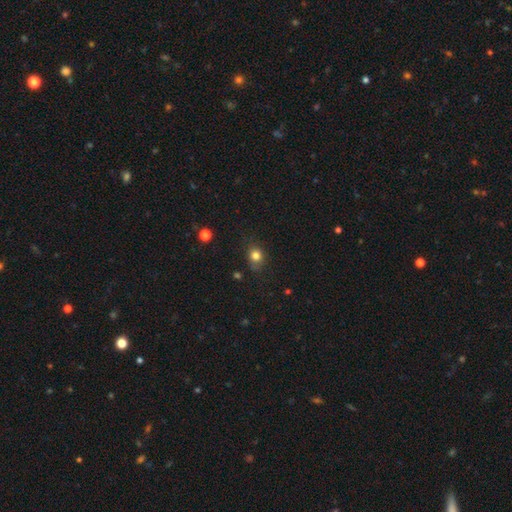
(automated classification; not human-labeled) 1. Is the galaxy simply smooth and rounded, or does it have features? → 81% smooth, 13% star or artifact, 7% featured or disk.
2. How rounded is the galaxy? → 66% round, 33% in between, 1% cigar-shaped.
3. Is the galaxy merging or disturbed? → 77% none, 17% minor disturbance, 4% major disturbance, 2% merger.